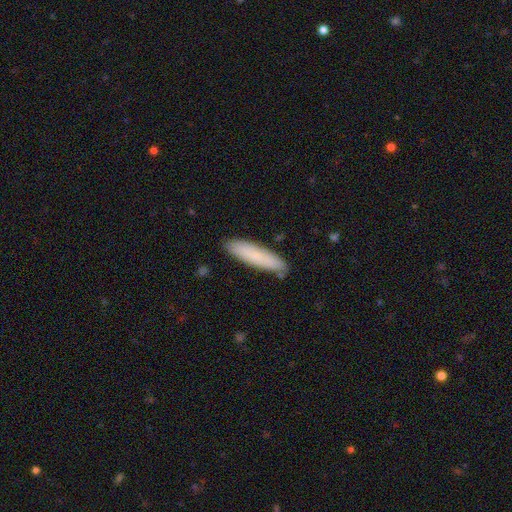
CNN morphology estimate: A smooth galaxy with no disk features (81%) that is cigar-shaped (79%).

Vote fractions:
- Smooth or featured? smooth: 81% / featured or disk: 12% / star or artifact: 7%
- How rounded? cigar-shaped: 79% / in between: 20% / round: 1%
- Merging? none: 85% / minor disturbance: 11% / major disturbance: 2% / merger: 2%